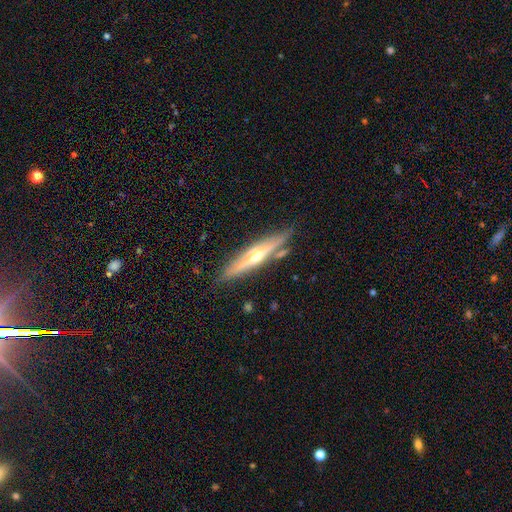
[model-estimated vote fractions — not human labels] smooth-or-featured: featured or disk: 71% | smooth: 23% | star or artifact: 6%
  disk-edge-on: yes: 94% | no: 6%
    edge-on-bulge: rounded: 88% | none: 8% | boxy: 4%
  merging: none: 82% | minor disturbance: 11% | merger: 4% | major disturbance: 3%